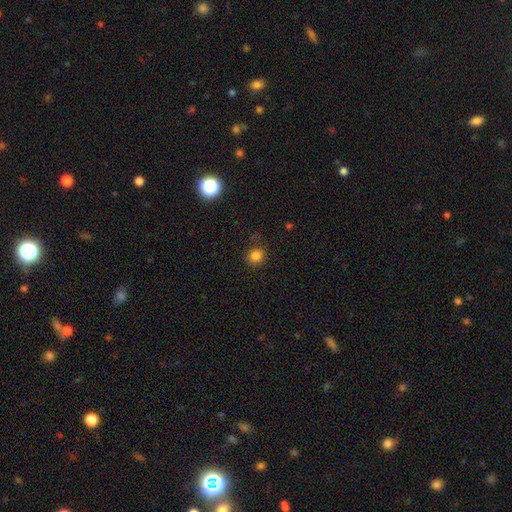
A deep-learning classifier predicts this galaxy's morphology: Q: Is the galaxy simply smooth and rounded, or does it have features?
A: smooth — 82%.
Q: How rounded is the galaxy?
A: round — 81%.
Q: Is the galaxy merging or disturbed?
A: none — 82%.